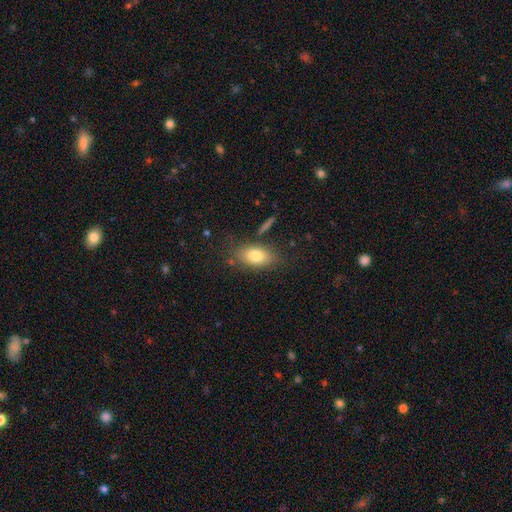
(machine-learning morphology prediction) smooth_or_featured: smooth (p=0.78) [alt: featured or disk p=0.14]
how_rounded: in between (p=0.87) [alt: round p=0.09]
merging: none (p=0.76) [alt: minor disturbance p=0.15]